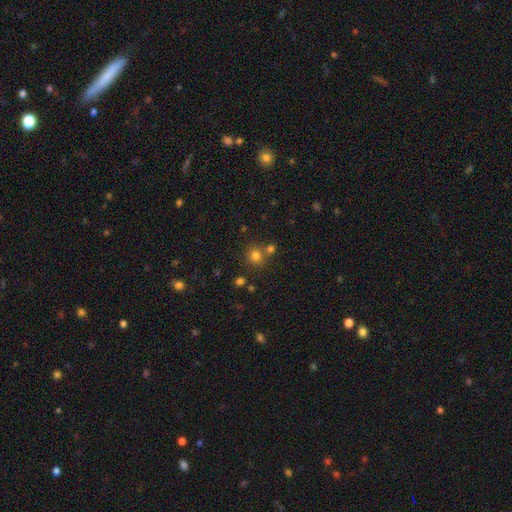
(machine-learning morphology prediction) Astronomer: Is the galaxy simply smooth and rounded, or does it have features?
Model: smooth — 77%.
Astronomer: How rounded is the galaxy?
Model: round — 89%.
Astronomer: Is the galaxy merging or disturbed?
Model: none — 69%.